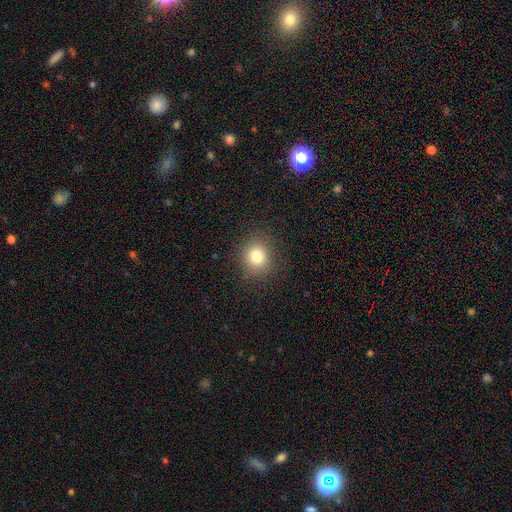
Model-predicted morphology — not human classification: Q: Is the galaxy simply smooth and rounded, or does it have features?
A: smooth — 80%.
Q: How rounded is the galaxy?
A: round — 80%.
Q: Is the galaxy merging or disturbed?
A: none — 87%.